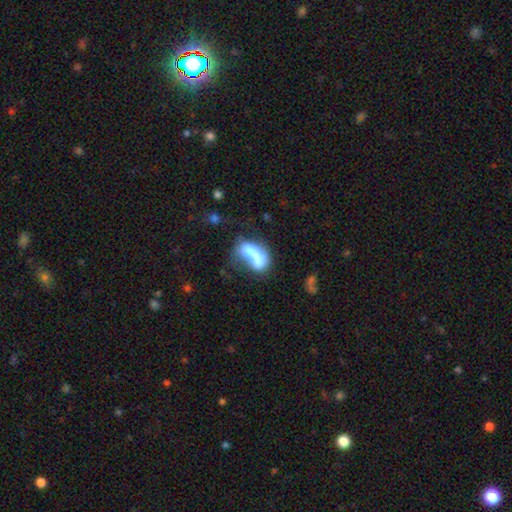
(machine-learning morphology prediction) Smooth or featured? Predicted: smooth (p=0.60). How rounded? Predicted: in between (p=0.81). Merging? Predicted: merger (p=0.43).